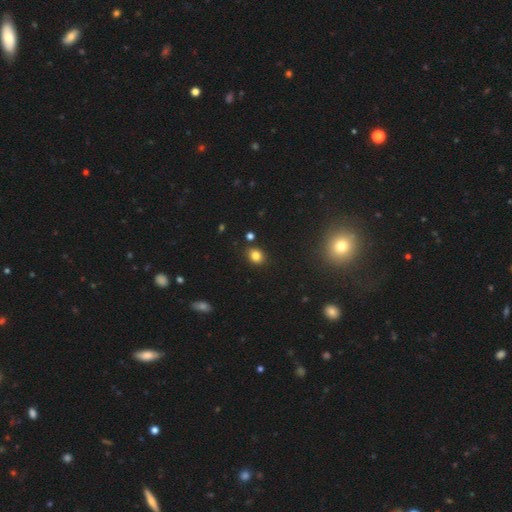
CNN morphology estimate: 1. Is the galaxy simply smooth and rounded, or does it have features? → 80% smooth, 13% star or artifact, 7% featured or disk.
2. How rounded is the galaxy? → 57% round, 42% in between, 1% cigar-shaped.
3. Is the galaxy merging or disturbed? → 85% none, 9% minor disturbance, 3% merger, 2% major disturbance.